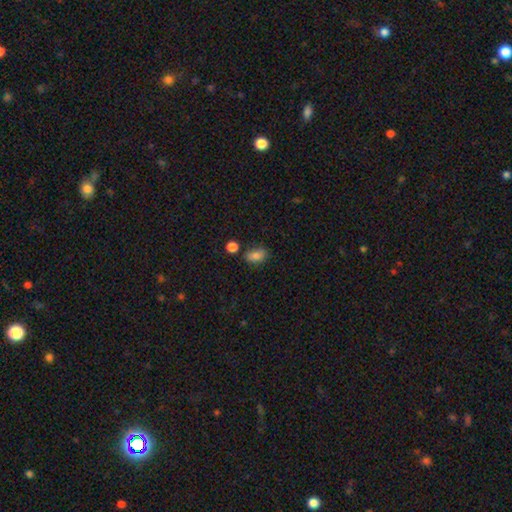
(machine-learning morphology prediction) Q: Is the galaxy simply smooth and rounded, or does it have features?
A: smooth — 82%.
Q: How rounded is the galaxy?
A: in between — 82%.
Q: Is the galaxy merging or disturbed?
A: none — 73%.